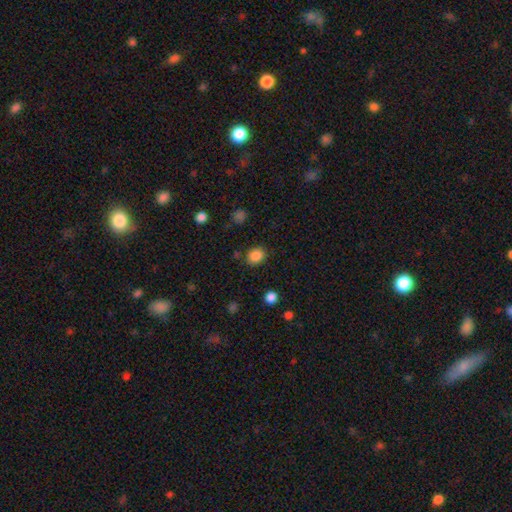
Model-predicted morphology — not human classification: Smooth or featured: smooth — 85% (star or artifact — 11%)
How rounded: round — 57% (in between — 42%)
Merging: none — 82% (minor disturbance — 12%)